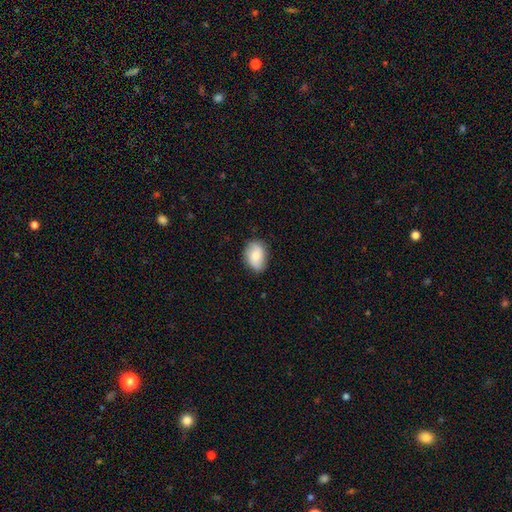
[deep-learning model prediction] This appears to be a smooth galaxy with no disk features (76%) that is in between round and cigar-shaped (81%). Merging: none (81%).